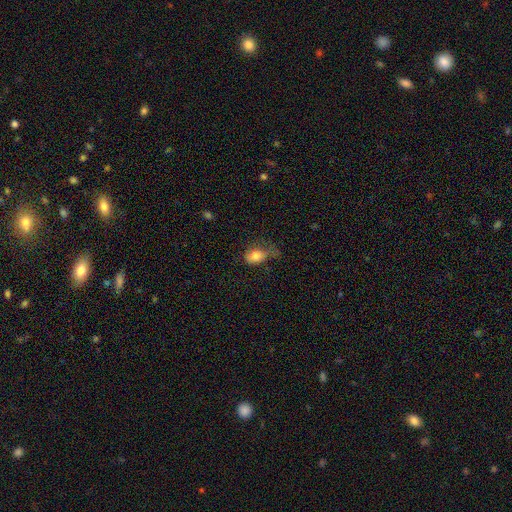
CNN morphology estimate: Smooth or featured?
  - smooth: 79% *
  - featured or disk: 12%
  - star or artifact: 9%
How rounded?
  - in between: 77% *
  - round: 21%
  - cigar-shaped: 2%
Merging?
  - major disturbance: 34% * (tied)
  - minor disturbance: 34% * (tied)
  - none: 30%
  - merger: 3%